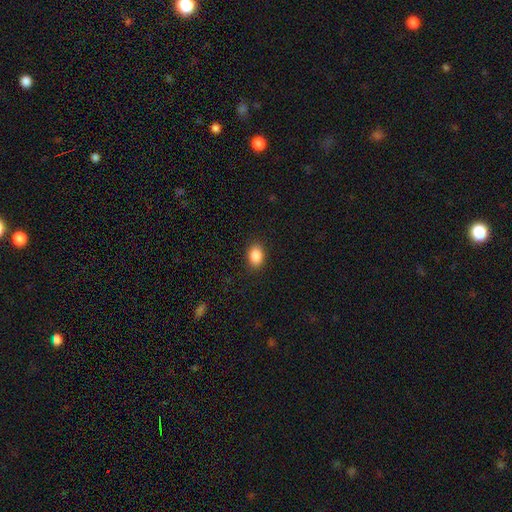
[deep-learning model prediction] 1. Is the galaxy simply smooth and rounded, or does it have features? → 88% smooth, 9% star or artifact, 3% featured or disk.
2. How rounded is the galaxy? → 75% in between, 24% round, 1% cigar-shaped.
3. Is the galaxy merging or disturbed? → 89% none, 8% minor disturbance, 2% major disturbance, 1% merger.